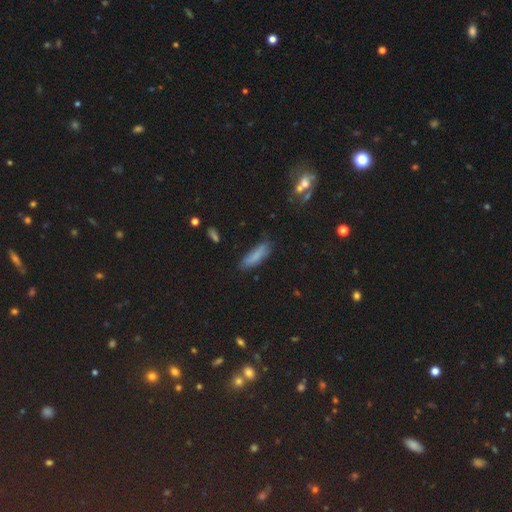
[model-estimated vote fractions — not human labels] smooth 76%, featured or disk 13%, star or artifact 11%. Down the decision tree: how rounded — cigar-shaped (61%); merging — none (69%).